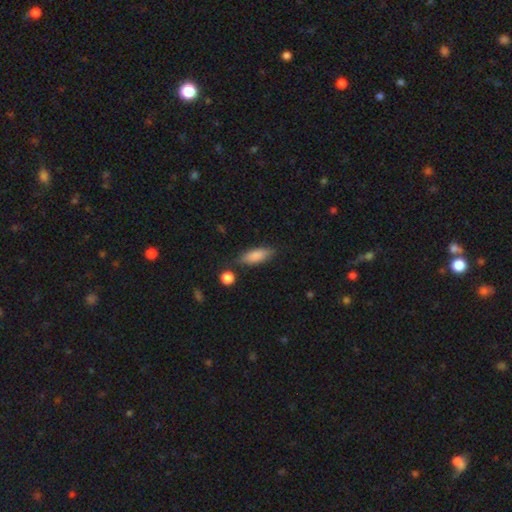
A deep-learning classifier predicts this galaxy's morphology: This appears to be a smooth galaxy with no disk features (82%) that is in between round and cigar-shaped (67%). Merging: none (75%).